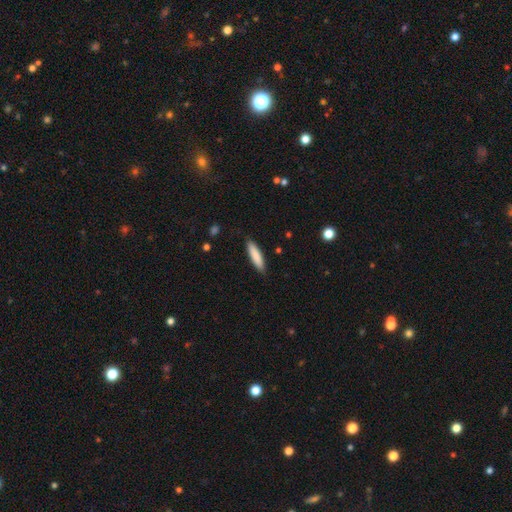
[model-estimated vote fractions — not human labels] Smooth or featured: smooth — 85% (featured or disk — 10%)
How rounded: cigar-shaped — 76% (in between — 22%)
Merging: none — 87% (minor disturbance — 10%)